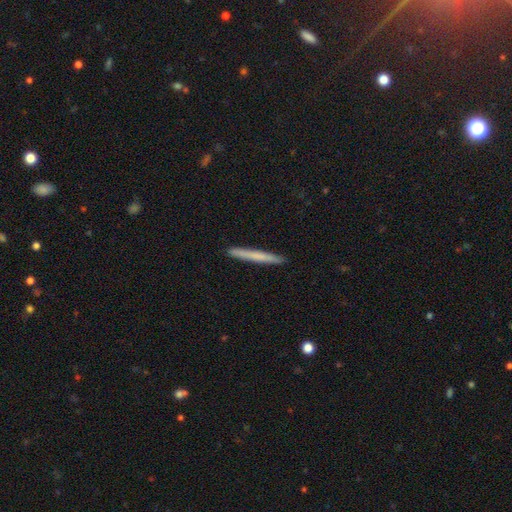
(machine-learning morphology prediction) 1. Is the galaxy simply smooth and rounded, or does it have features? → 63% smooth, 31% featured or disk, 6% star or artifact.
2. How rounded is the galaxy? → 97% cigar-shaped, 2% in between, 1% round.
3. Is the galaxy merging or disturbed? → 93% none, 5% minor disturbance, 1% major disturbance, 1% merger.